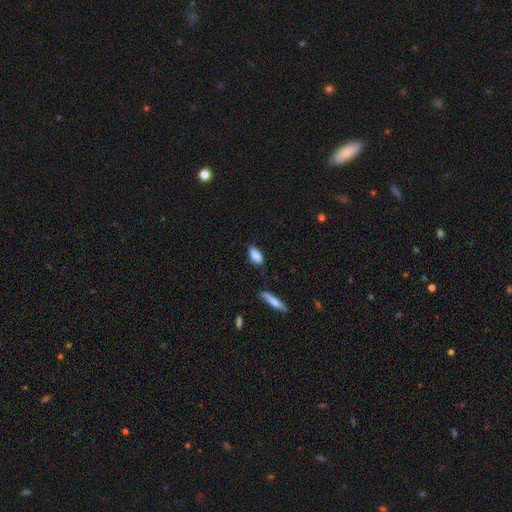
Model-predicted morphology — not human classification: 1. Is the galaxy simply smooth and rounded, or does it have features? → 85% smooth, 8% featured or disk, 7% star or artifact.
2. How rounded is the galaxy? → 84% in between, 13% cigar-shaped, 4% round.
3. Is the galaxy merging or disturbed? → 69% none, 23% minor disturbance, 5% major disturbance, 4% merger.